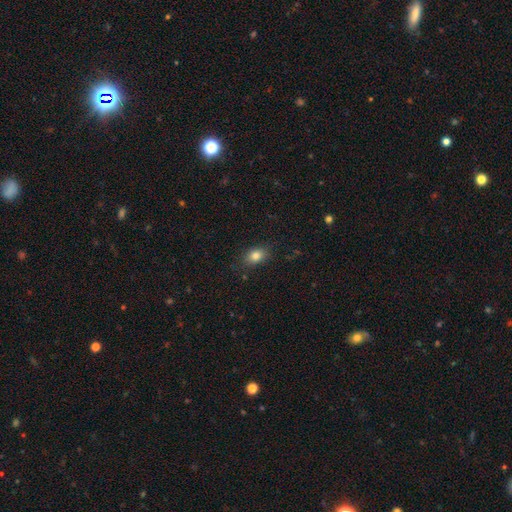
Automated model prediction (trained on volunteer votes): Smooth or featured? Predicted: smooth (p=0.81). How rounded? Predicted: in between (p=0.71). Merging? Predicted: none (p=0.83).